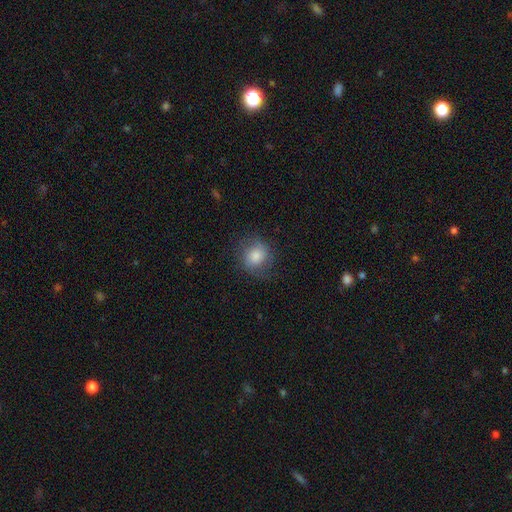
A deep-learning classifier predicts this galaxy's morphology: smooth_or_featured: smooth (p=0.66) [alt: featured or disk p=0.23]
how_rounded: round (p=0.79) [alt: in between p=0.20]
merging: none (p=0.73) [alt: minor disturbance p=0.18]